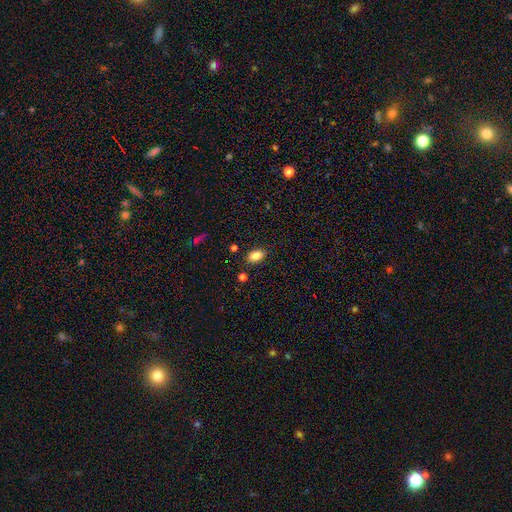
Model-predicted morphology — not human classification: type=smooth (83%); roundness=in between (88%); merging=none (85%).